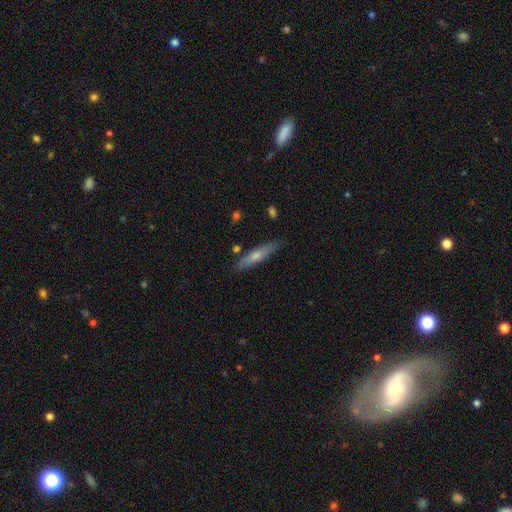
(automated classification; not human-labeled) smooth_or_featured: smooth (p=0.49) [alt: featured or disk p=0.44]
merging: none (p=0.84) [alt: minor disturbance p=0.11]